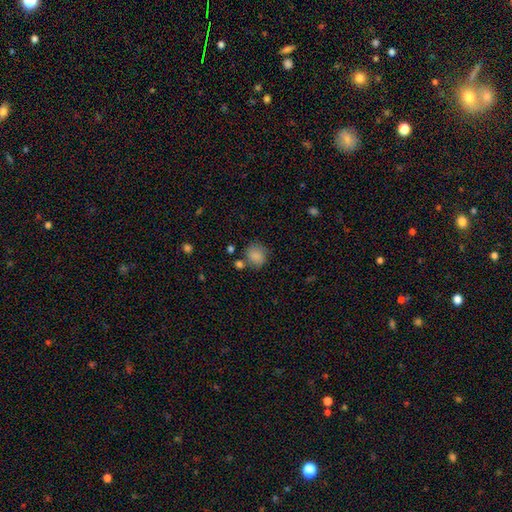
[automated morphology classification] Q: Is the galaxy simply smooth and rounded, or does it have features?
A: smooth — 84%.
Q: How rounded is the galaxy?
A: round — 76%.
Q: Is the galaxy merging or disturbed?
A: none — 67%.